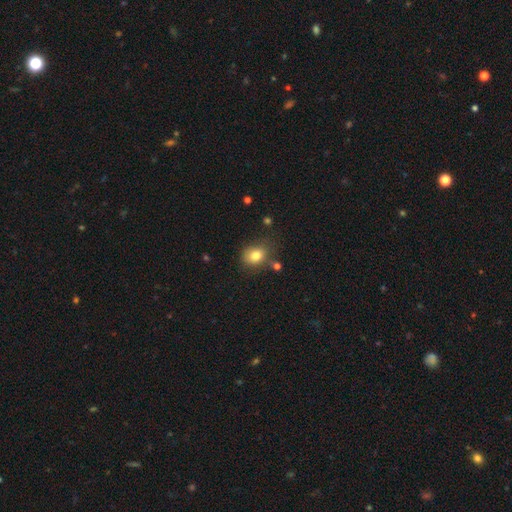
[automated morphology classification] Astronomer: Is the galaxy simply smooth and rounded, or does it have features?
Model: smooth — 80%.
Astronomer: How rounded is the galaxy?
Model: in between — 53% (runner-up: round, 46%).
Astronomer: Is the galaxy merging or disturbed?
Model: none — 65%.